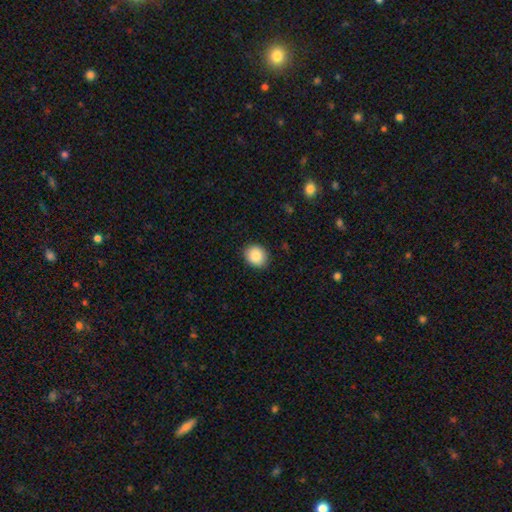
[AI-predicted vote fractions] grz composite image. It shows a smooth galaxy with no disk features (87%) that is round (71%). Merging: none (89%).